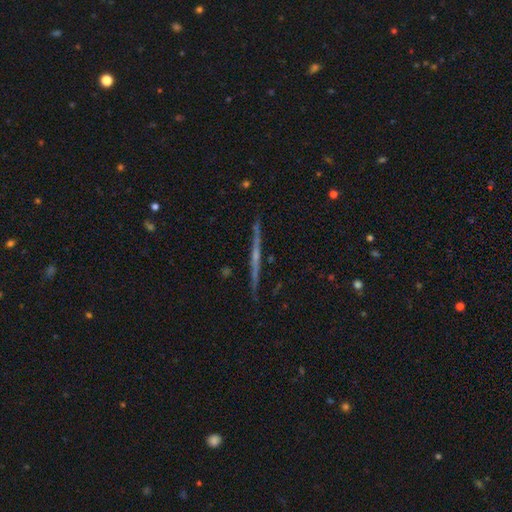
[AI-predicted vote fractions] Smooth or featured?
  - featured or disk: 73% *
  - smooth: 18%
  - star or artifact: 9%
Edge-on disk?
  - yes: 98% *
  - no: 2%
Edge-on bulge?
  - rounded: 47% *
  - none: 45%
  - boxy: 8%
Merging?
  - none: 90% *
  - minor disturbance: 7%
  - major disturbance: 2%
  - merger: 1%